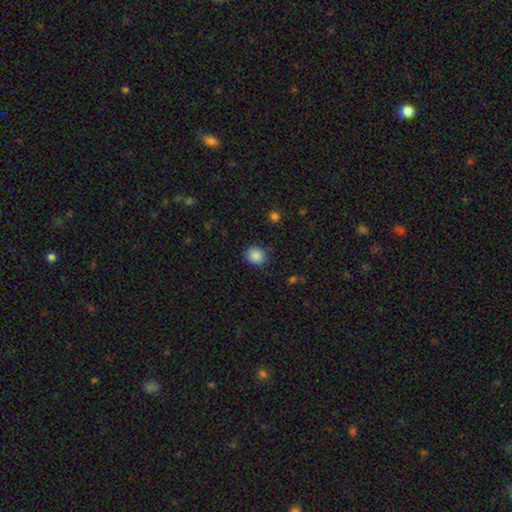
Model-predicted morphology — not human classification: This appears to be a smooth galaxy with no disk features (87%) that is round (80%). Merging: none (86%).